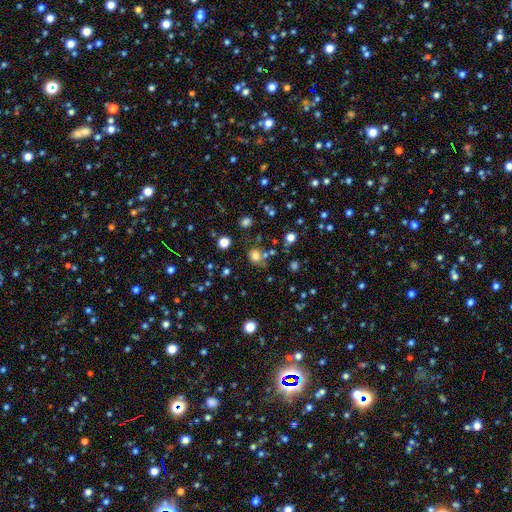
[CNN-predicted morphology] This appears to be a smooth galaxy with no disk features (74%) that is round (75%). Merging: none (69%).